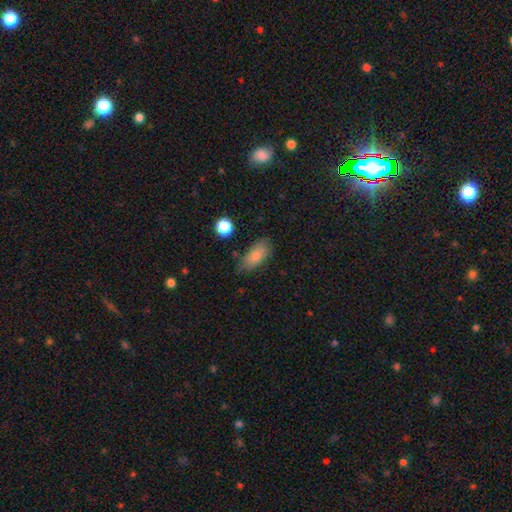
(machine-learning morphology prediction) A smooth galaxy with no disk features (78%) that is in between round and cigar-shaped (85%).

Vote fractions:
- Smooth or featured? smooth: 78% / featured or disk: 13% / star or artifact: 9%
- How rounded? in between: 85% / cigar-shaped: 11% / round: 4%
- Merging? none: 73% / minor disturbance: 21% / major disturbance: 4% / merger: 2%